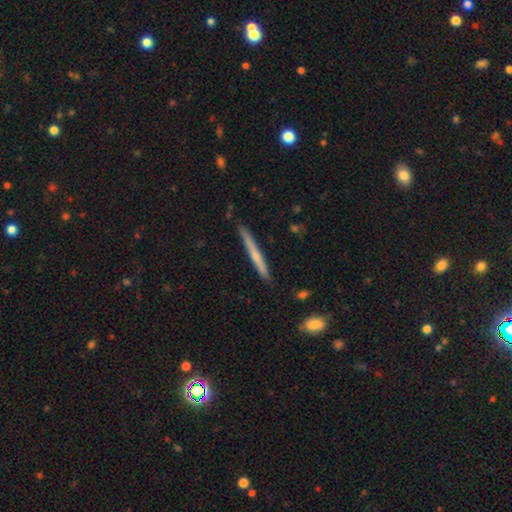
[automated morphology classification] Overall: smooth (52%; featured or disk 43%). How rounded: cigar-shaped (97%). Merging: none (86%).